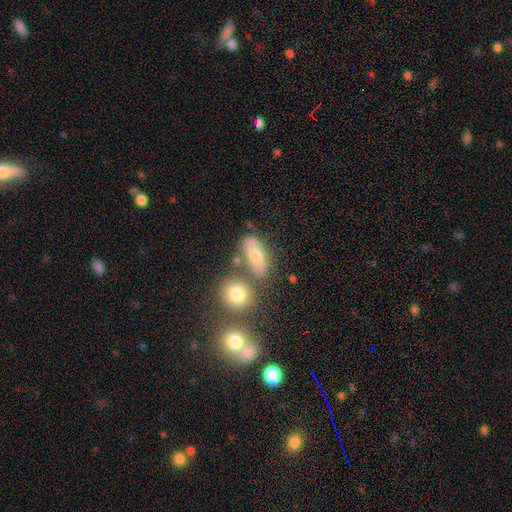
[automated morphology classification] A smooth galaxy with no disk features (60%) that is in between round and cigar-shaped (67%).

Vote fractions:
- Smooth or featured? smooth: 60% / featured or disk: 26% / star or artifact: 14%
- How rounded? in between: 67% / round: 20% / cigar-shaped: 12%
- Merging? none: 61% / merger: 18% / minor disturbance: 15% / major disturbance: 6%